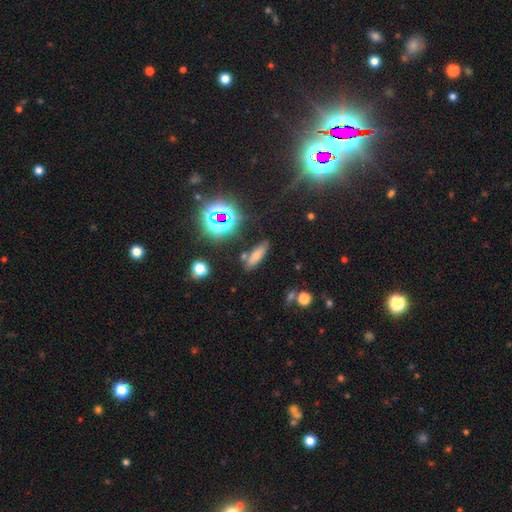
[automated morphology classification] This is possibly a smooth galaxy (59%). How rounded: possibly in between (48%). Merging: likely none (76%).